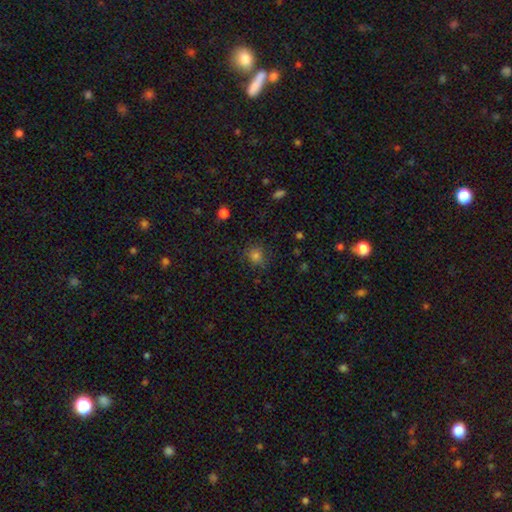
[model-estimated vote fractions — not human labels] A smooth galaxy with no disk features (78%) that is round (82%). Merging: none (79%).